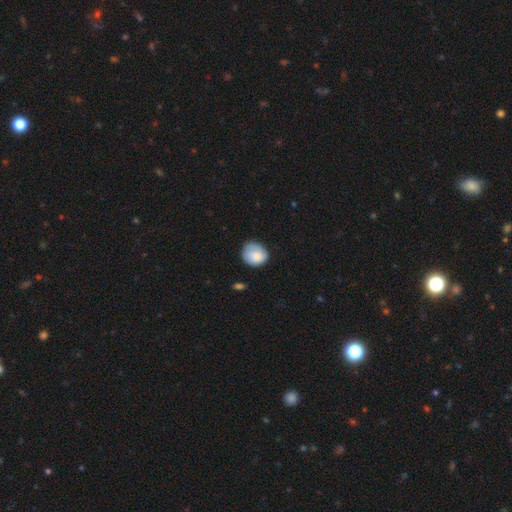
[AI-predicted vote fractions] smooth_or_featured: smooth (p=0.82) [alt: featured or disk p=0.11]
how_rounded: round (p=0.69) [alt: in between p=0.30]
merging: none (p=0.64) [alt: minor disturbance p=0.28]